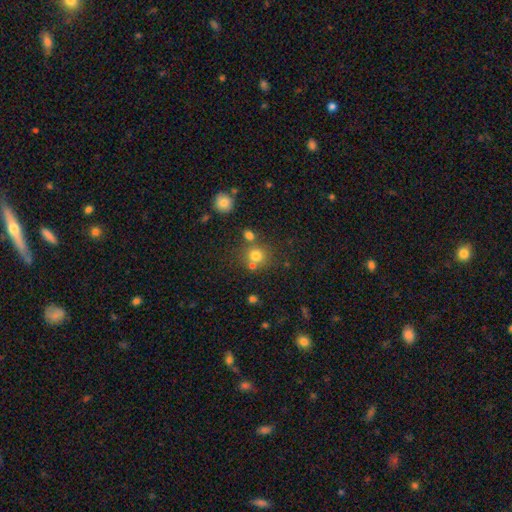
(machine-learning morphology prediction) smooth-or-featured: smooth: 74% | star or artifact: 17% | featured or disk: 10%
  how-rounded: round: 85% | in between: 14% | cigar-shaped: 1%
  merging: none: 63% | merger: 23% | minor disturbance: 10% | major disturbance: 4%